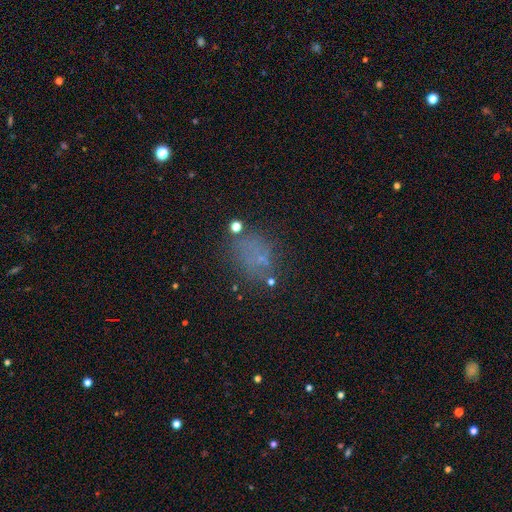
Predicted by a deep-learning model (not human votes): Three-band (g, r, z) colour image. It shows a smooth galaxy with no disk features (55%) that is in between round and cigar-shaped (58%). Merging: none (67%).